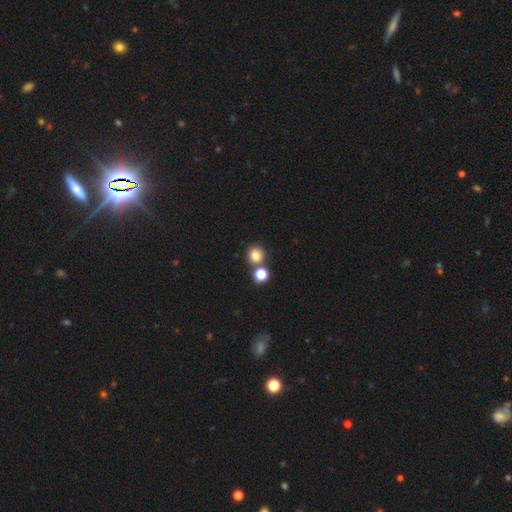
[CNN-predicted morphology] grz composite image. It shows a smooth galaxy with no disk features (80%) that is round (90%). Merging: none (70%).